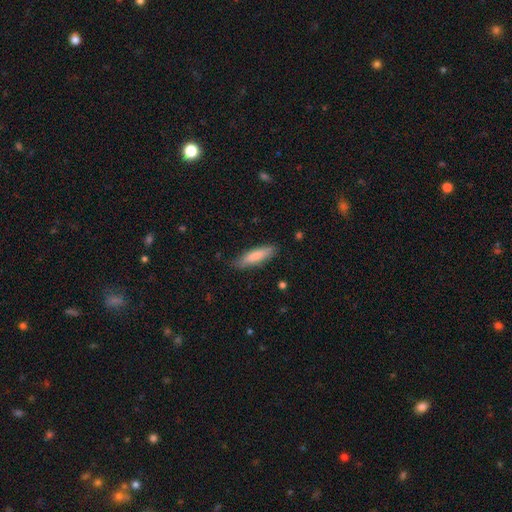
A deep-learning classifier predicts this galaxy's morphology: A smooth galaxy with no disk features (81%) that is cigar-shaped (65%).

Vote fractions:
- Smooth or featured? smooth: 81% / featured or disk: 14% / star or artifact: 6%
- How rounded? cigar-shaped: 65% / in between: 34% / round: 1%
- Merging? none: 80% / minor disturbance: 16% / major disturbance: 3% / merger: 1%